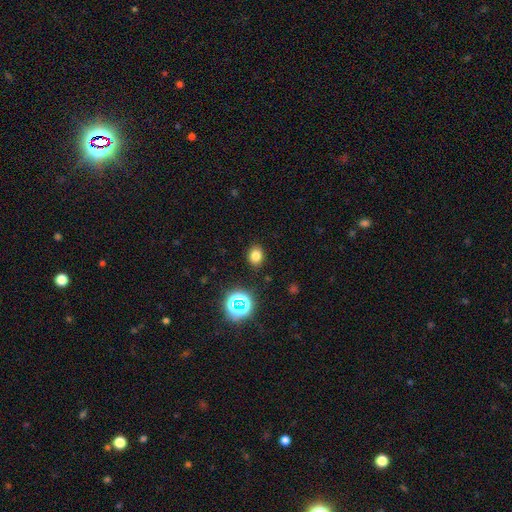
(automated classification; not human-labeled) This is likely a smooth galaxy (76%). How rounded: possibly in between (52%). Merging: clearly none (88%).